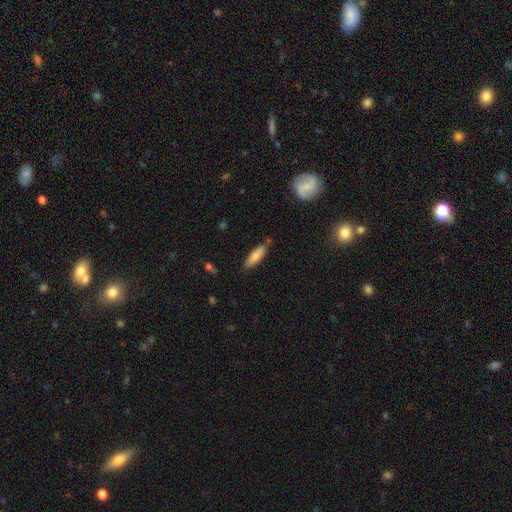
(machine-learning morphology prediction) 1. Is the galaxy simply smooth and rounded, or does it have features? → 79% smooth, 14% featured or disk, 7% star or artifact.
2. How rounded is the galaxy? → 52% cigar-shaped, 46% in between, 2% round.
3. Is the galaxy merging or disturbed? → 77% none, 16% minor disturbance, 5% merger, 3% major disturbance.